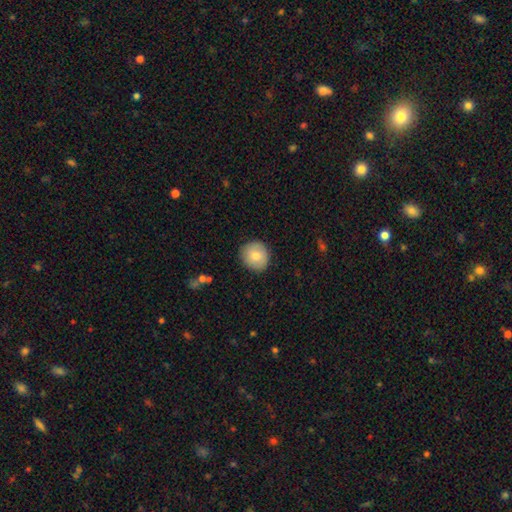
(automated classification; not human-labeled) This appears to be a smooth galaxy with no disk features (81%) that is round (88%). Merging: none (87%).